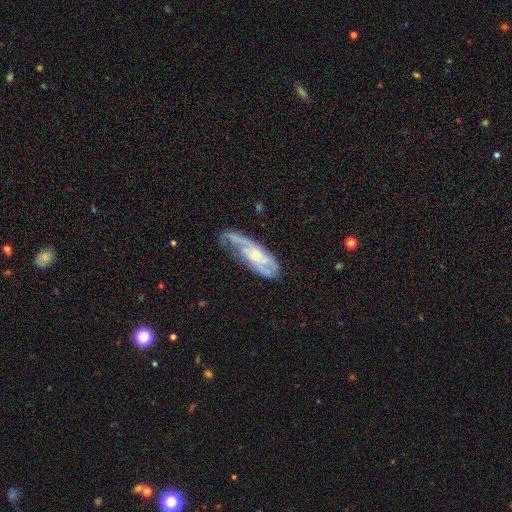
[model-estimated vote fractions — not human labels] featured or disk 70%, smooth 24%, star or artifact 6%. Down the decision tree: edge-on disk — no (84%); bar — no (67%); spiral arms — yes (80%); bulge size — small (47%); merging — none (42%).